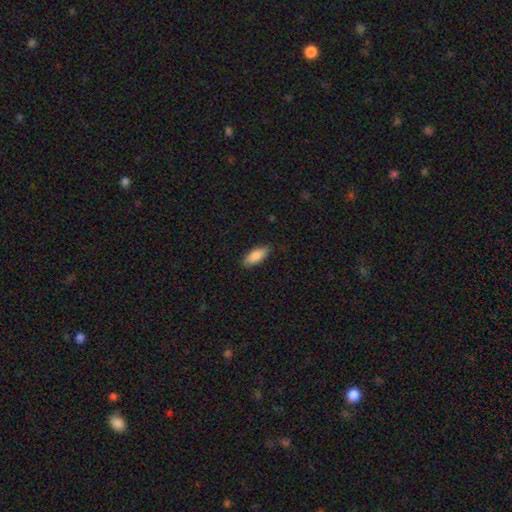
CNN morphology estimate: Overall: smooth (86%). How rounded: in between (83%). Merging: none (84%).